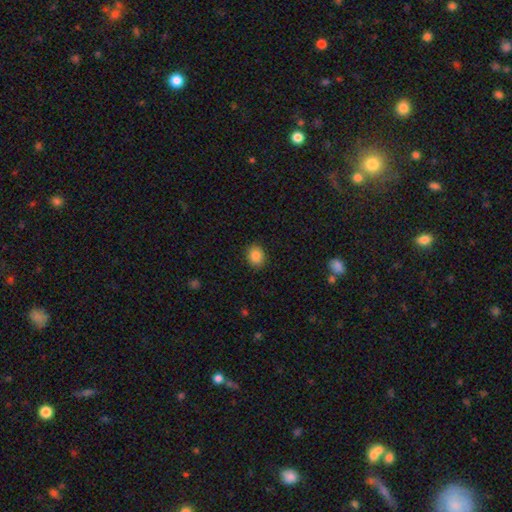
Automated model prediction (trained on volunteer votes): smooth_or_featured: smooth (p=0.86) [alt: star or artifact p=0.09]
how_rounded: round (p=0.61) [alt: in between p=0.38]
merging: none (p=0.89) [alt: minor disturbance p=0.08]